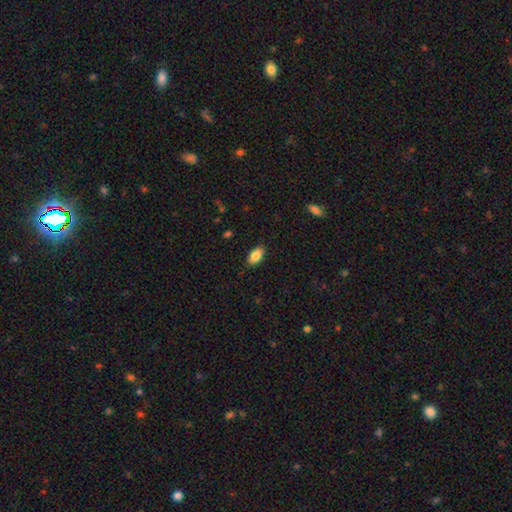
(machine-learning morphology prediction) Smooth or featured: smooth — 86% (star or artifact — 7%)
How rounded: in between — 93% (round — 4%)
Merging: none — 87% (minor disturbance — 10%)